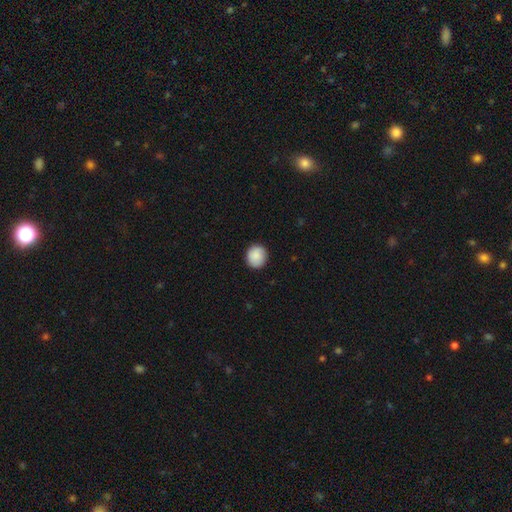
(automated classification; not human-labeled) Overall: smooth (88%). How rounded: round (87%). Merging: none (90%).